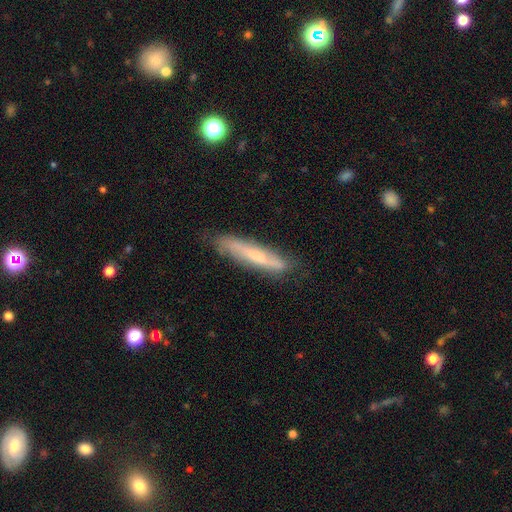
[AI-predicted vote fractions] This is possibly a smooth galaxy (47%). Merging: likely none (74%).